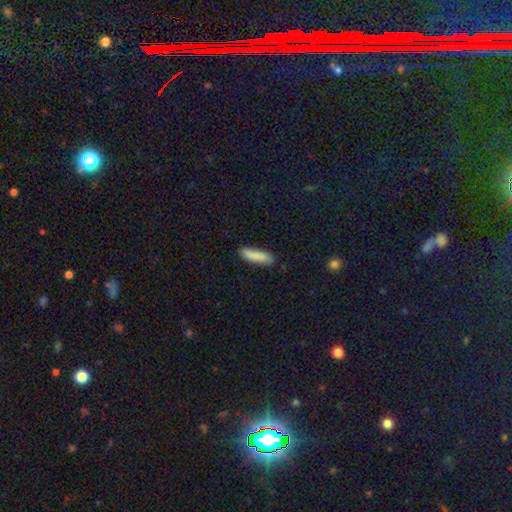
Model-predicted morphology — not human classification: smooth-or-featured: smooth: 86% | featured or disk: 8% | star or artifact: 6%
  how-rounded: cigar-shaped: 71% | in between: 27% | round: 1%
  merging: none: 84% | minor disturbance: 12% | major disturbance: 2% | merger: 1%